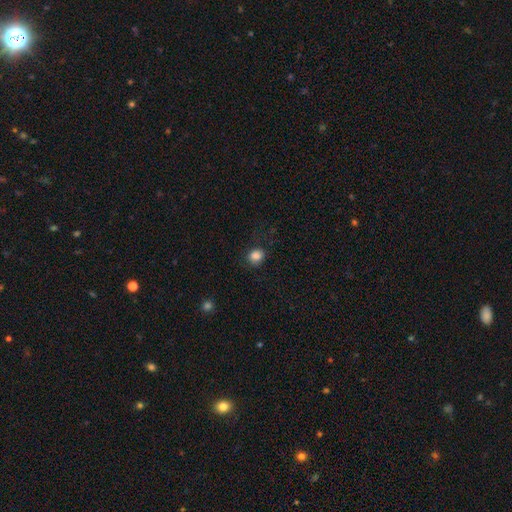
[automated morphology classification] A smooth galaxy with no disk features (85%) that is round (68%). Merging: none (81%).